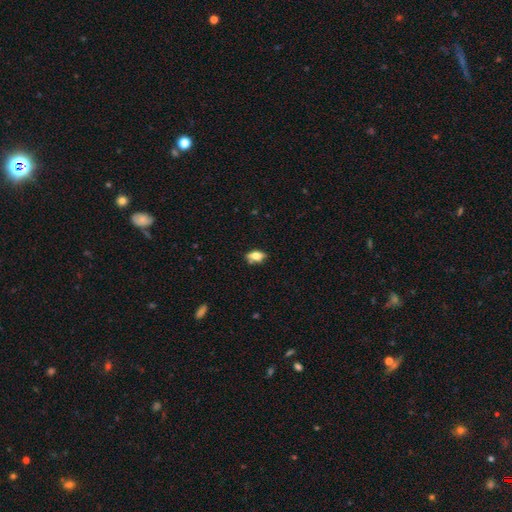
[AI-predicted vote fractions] Morphology: type=smooth (63%); roundness=in between (83%); merging=none (66%).